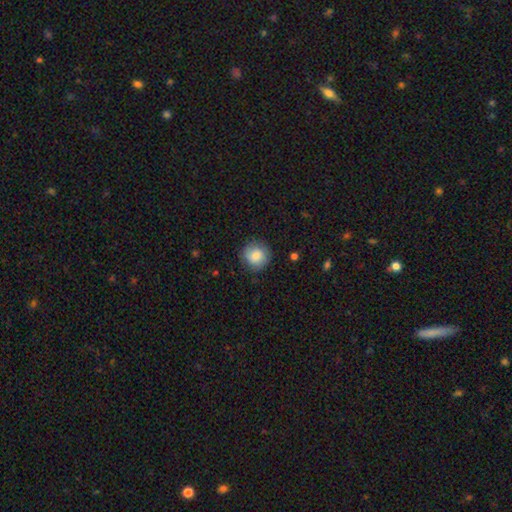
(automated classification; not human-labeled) This appears to be a smooth galaxy with no disk features (82%) that is round (91%). Merging: none (84%).